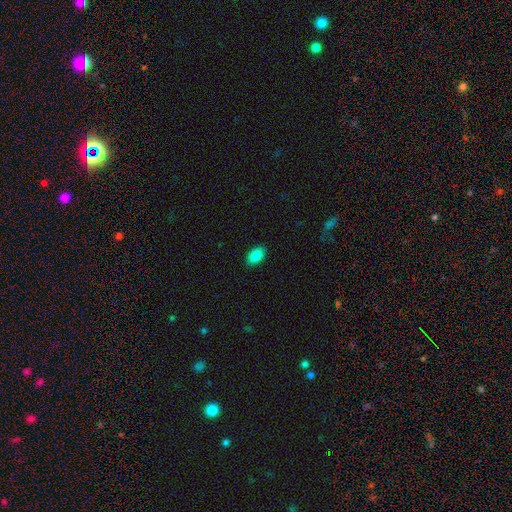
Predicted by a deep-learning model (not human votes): smooth_or_featured: smooth (p=0.88) [alt: star or artifact p=0.08]
how_rounded: in between (p=0.93) [alt: round p=0.06]
merging: none (p=0.89) [alt: minor disturbance p=0.08]